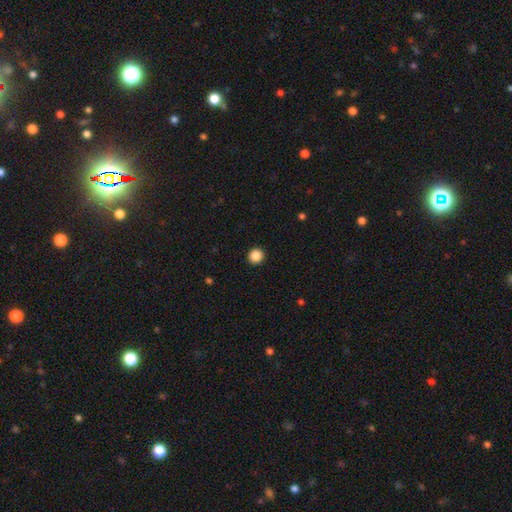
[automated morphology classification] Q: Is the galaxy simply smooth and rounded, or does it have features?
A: smooth — 87%.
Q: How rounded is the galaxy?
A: round — 93%.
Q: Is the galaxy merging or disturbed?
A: none — 93%.